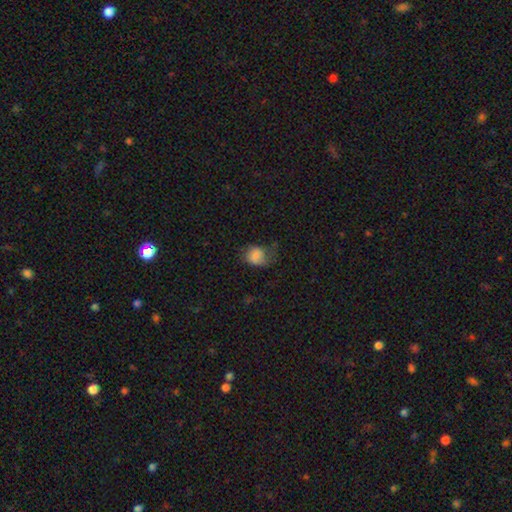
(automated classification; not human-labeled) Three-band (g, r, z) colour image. It shows a smooth galaxy with no disk features (72%) that is in between round and cigar-shaped (50%). Merging: none (38%).